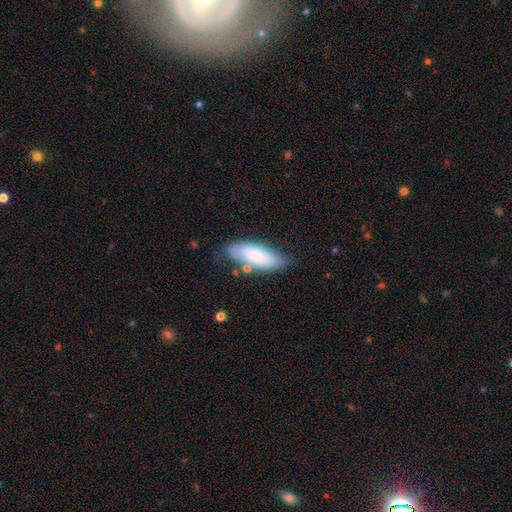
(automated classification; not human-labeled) smooth 82%, featured or disk 12%, star or artifact 6%. Down the decision tree: how rounded — in between (71%); merging — none (68%).